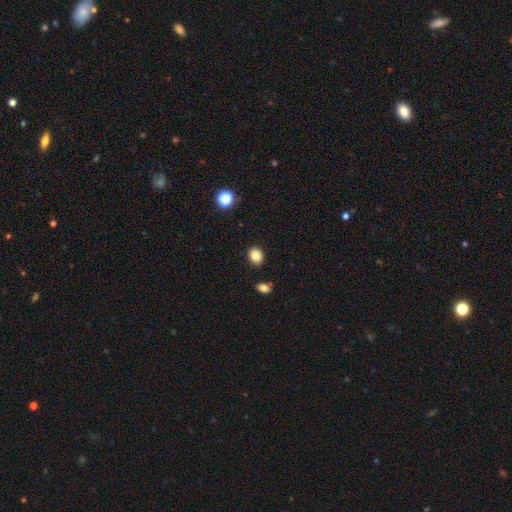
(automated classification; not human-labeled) Overall: smooth (85%). How rounded: round (54%; in between 45%). Merging: none (88%).